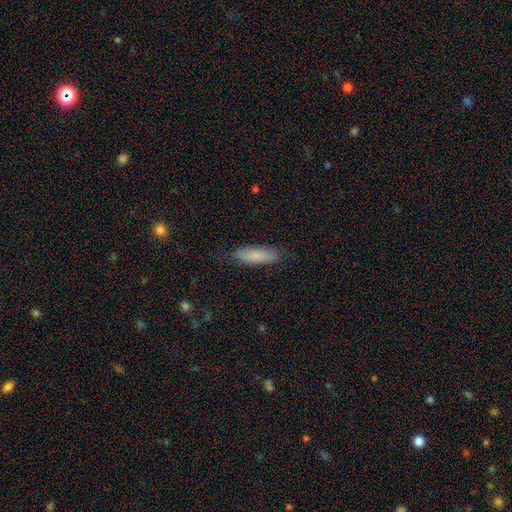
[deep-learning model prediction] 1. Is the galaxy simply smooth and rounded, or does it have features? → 83% smooth, 11% featured or disk, 6% star or artifact.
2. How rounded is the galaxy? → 54% cigar-shaped, 44% in between, 2% round.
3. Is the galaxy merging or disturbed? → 80% none, 15% minor disturbance, 3% major disturbance, 1% merger.